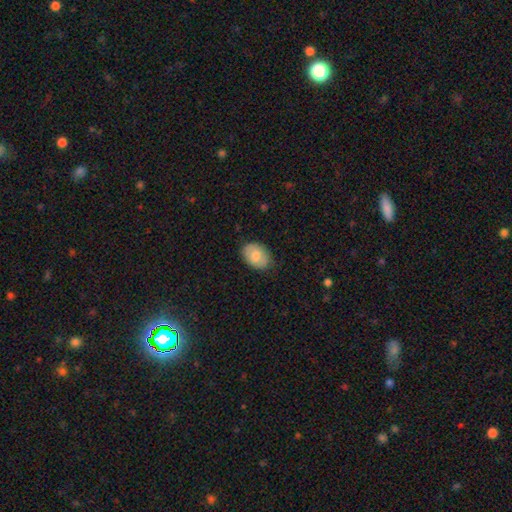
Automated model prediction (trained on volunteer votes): Smooth or featured? Predicted: smooth (p=0.74). How rounded? Predicted: in between (p=0.81). Merging? Predicted: none (p=0.79).